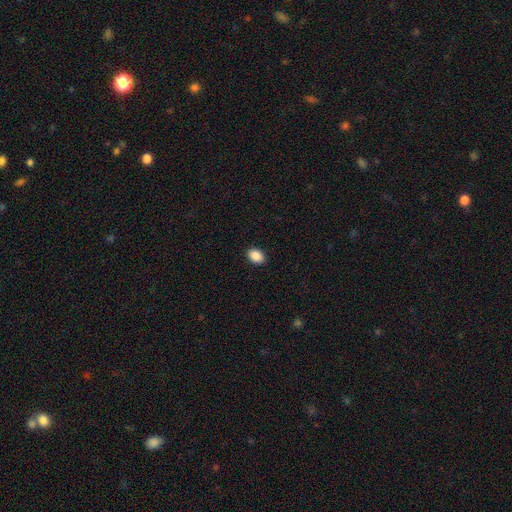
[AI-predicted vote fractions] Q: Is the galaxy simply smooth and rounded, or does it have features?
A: smooth — 89%.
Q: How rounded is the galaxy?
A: in between — 75%.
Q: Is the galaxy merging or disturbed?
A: none — 91%.